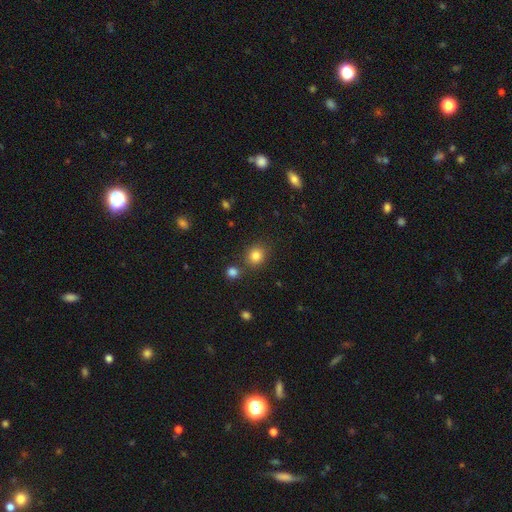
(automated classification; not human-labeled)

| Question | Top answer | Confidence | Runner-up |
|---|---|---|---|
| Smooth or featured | smooth | 83% | star or artifact (12%) |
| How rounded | round | 75% | in between (24%) |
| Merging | none | 78% | minor disturbance (10%) |